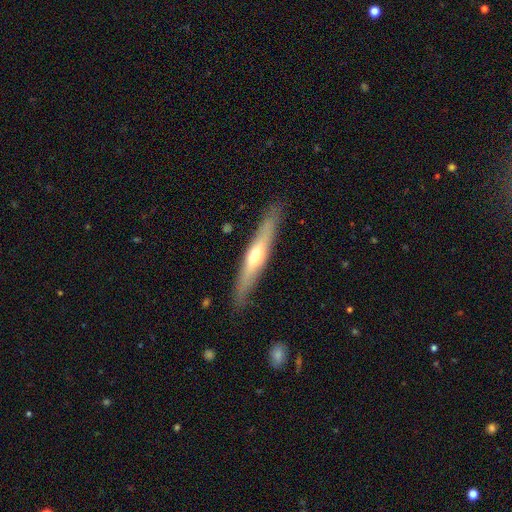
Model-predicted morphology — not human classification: A featured or disk galaxy (55%) viewed edge-on (87%).

Vote fractions:
- Smooth or featured? featured or disk: 55% / smooth: 39% / star or artifact: 5%
- Edge-on disk? yes: 87% / no: 13%
- Merging? none: 88% / minor disturbance: 9% / major disturbance: 2% / merger: 1%